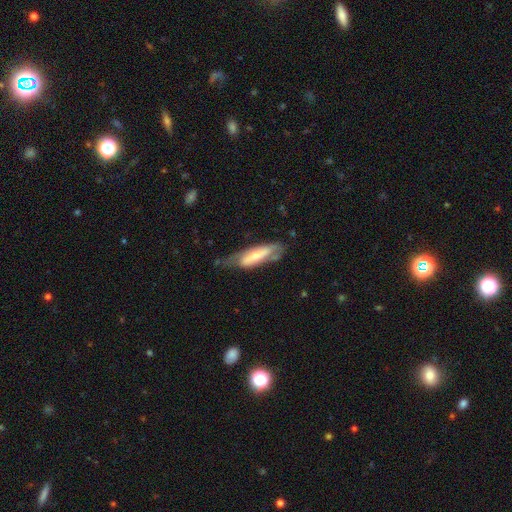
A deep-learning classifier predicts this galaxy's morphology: Smooth or featured?
  - featured or disk: 50% *
  - smooth: 44%
  - star or artifact: 6%
Merging?
  - none: 45% *
  - minor disturbance: 32%
  - major disturbance: 19%
  - merger: 4%